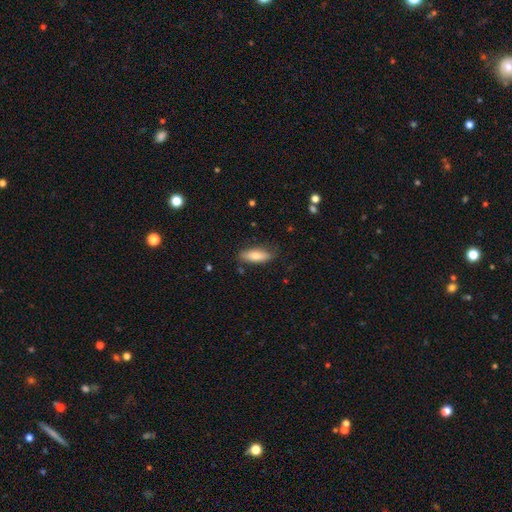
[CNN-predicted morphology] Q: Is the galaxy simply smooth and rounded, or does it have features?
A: smooth — 77%.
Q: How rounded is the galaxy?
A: in between — 68%.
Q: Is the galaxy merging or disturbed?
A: none — 79%.